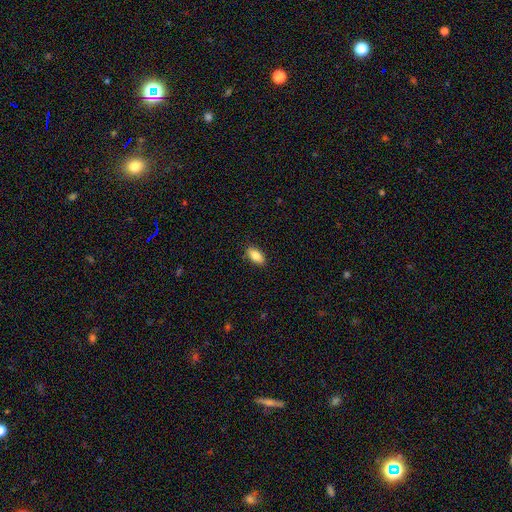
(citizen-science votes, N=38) Smooth or featured? smooth (87%)
How rounded? in between (94%)
Merging? none (94%)